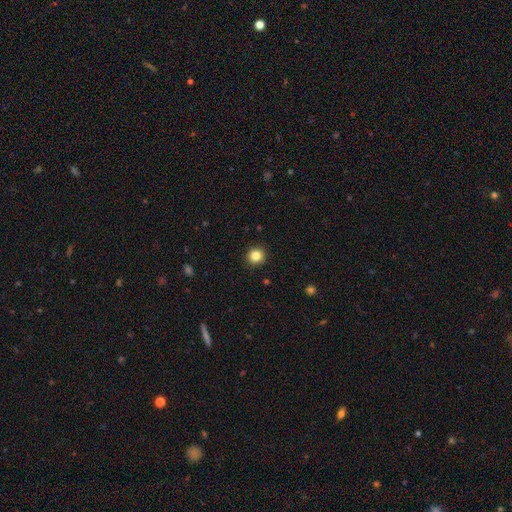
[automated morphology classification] smooth 84%, star or artifact 11%, featured or disk 5%. Down the decision tree: how rounded — round (94%); merging — none (93%).